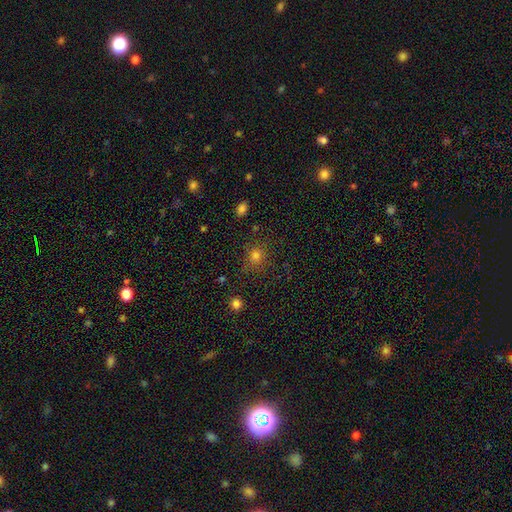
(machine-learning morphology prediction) This appears to be a smooth galaxy with no disk features (70%) that is round (83%). Merging: none (80%).